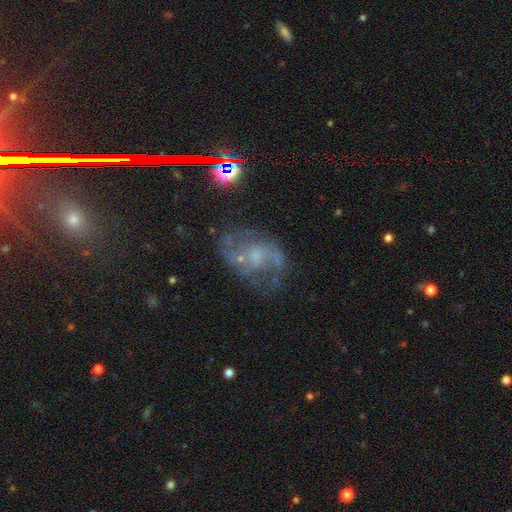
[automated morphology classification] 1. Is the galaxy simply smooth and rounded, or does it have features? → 71% featured or disk, 17% star or artifact, 12% smooth.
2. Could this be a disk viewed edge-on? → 97% no, 3% yes.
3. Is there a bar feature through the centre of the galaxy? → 52% no, 39% weak, 9% strong.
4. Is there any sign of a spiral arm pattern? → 85% yes, 15% no.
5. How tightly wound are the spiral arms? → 47% medium, 35% loose, 18% tight.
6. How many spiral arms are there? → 73% 2, 16% can't tell, 4% 3, 3% 1, 2% 4, 2% more than 4.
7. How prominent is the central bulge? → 47% small, 25% moderate, 24% none, 3% large, 1% dominant.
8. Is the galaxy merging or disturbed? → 61% none, 19% minor disturbance, 16% major disturbance, 5% merger.